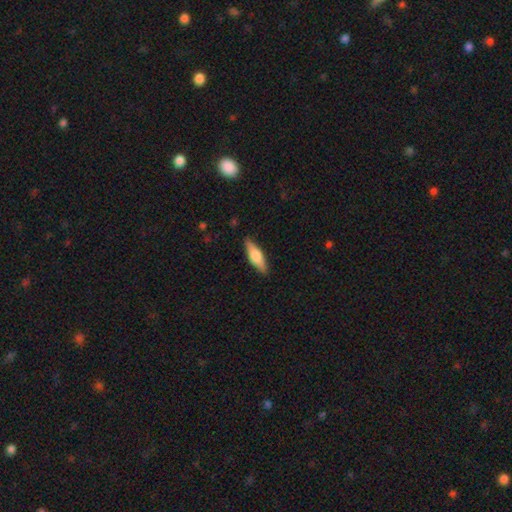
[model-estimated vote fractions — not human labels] Overall: smooth (58%; featured or disk 36%). How rounded: cigar-shaped (54%; in between 44%). Merging: none (87%).